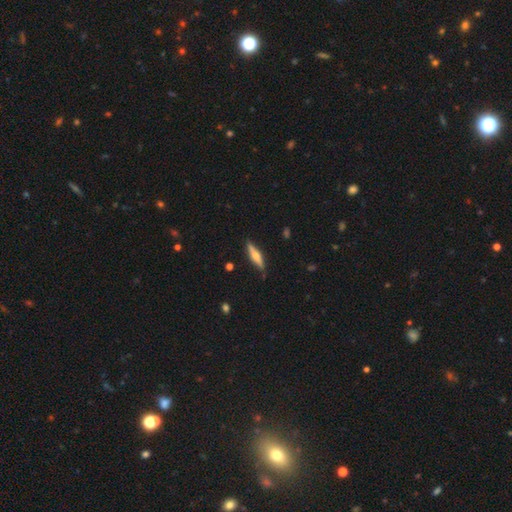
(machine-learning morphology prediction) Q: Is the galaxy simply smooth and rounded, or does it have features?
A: featured or disk — 48%.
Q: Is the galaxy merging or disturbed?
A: none — 85%.